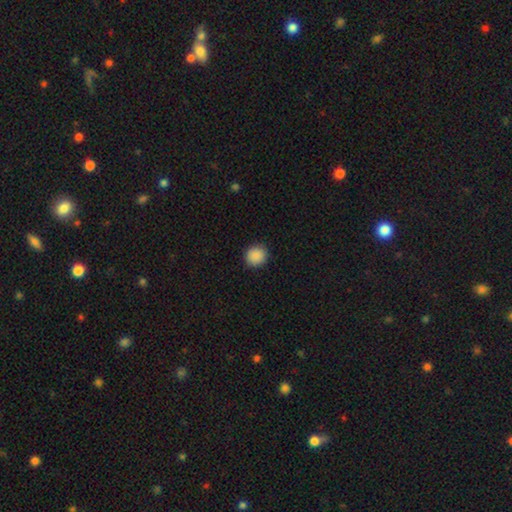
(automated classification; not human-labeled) A smooth galaxy with no disk features (90%) that is round (85%). Merging: none (91%).